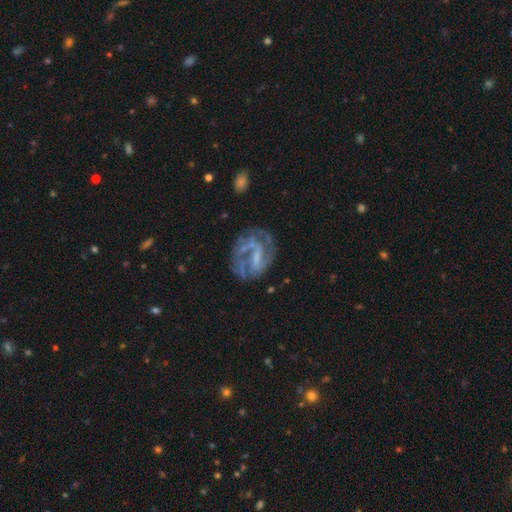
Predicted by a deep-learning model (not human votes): Smooth or featured: featured or disk — 82% (smooth — 11%)
Edge-on disk: no — 97% (yes — 3%)
Bar: weak — 44% (strong — 35%)
Spiral arms: yes — 84% (no — 16%)
Spiral winding: medium — 44% (tight — 36%)
Spiral arm count: 2 — 51% (can't tell — 23%)
Bulge size: none — 39% (small — 38%)
Merging: none — 57% (minor disturbance — 20%)